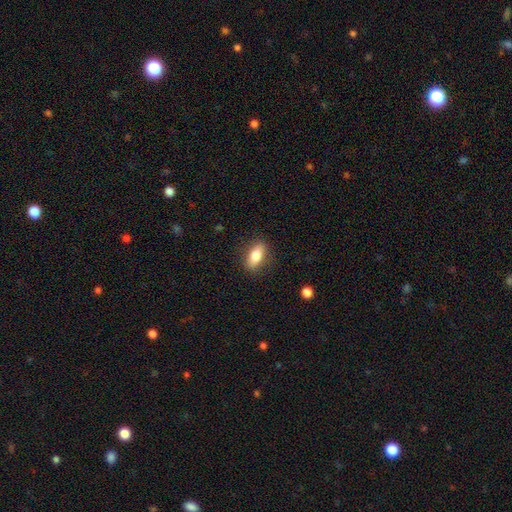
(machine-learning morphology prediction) Smooth or featured? Predicted: smooth (p=0.79). How rounded? Predicted: in between (p=0.80). Merging? Predicted: none (p=0.85).